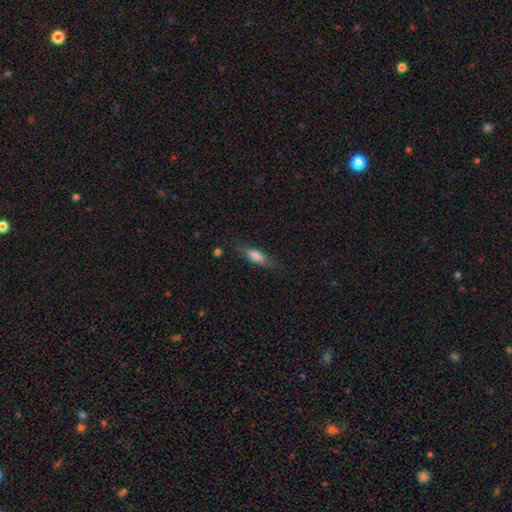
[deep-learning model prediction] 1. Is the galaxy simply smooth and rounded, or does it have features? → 74% smooth, 19% featured or disk, 7% star or artifact.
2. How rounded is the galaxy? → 50% in between, 48% cigar-shaped, 2% round.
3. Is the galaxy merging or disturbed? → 75% none, 18% minor disturbance, 6% major disturbance, 2% merger.